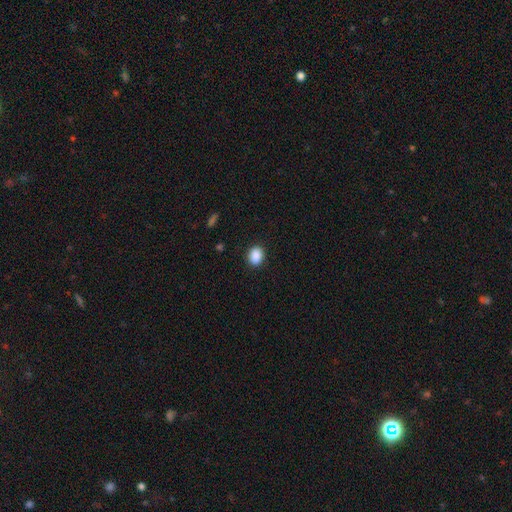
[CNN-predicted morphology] A smooth galaxy with no disk features (89%) that is in between round and cigar-shaped (51%). Merging: none (89%).